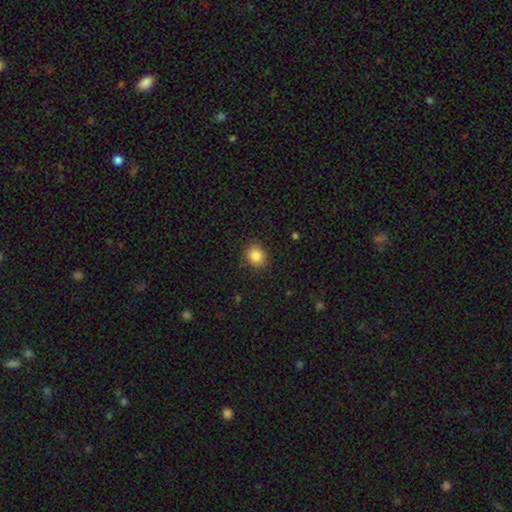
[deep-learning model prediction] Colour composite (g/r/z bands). It shows a smooth galaxy with no disk features (85%) that is round (73%). Merging: none (88%).